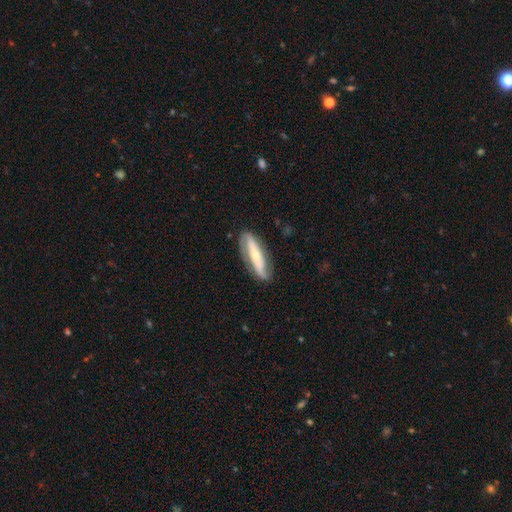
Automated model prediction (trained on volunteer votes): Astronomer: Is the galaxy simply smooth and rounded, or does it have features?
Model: featured or disk — 68%.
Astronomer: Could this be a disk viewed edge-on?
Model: no — 69%.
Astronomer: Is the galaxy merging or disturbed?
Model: none — 77%.